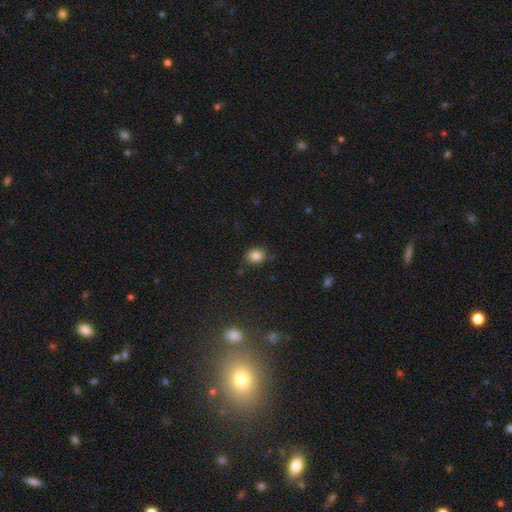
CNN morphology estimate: A smooth galaxy with no disk features (83%) that is in between round and cigar-shaped (51%). Merging: none (77%).